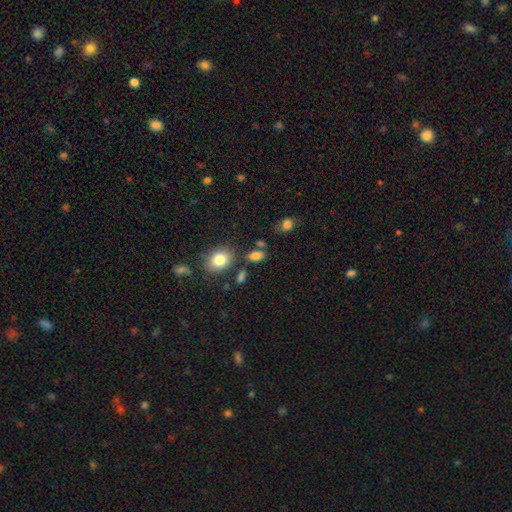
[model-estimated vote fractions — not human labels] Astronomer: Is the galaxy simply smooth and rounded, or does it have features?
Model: smooth — 81%.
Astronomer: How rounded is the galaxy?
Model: in between — 84%.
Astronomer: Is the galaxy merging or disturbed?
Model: none — 68%.